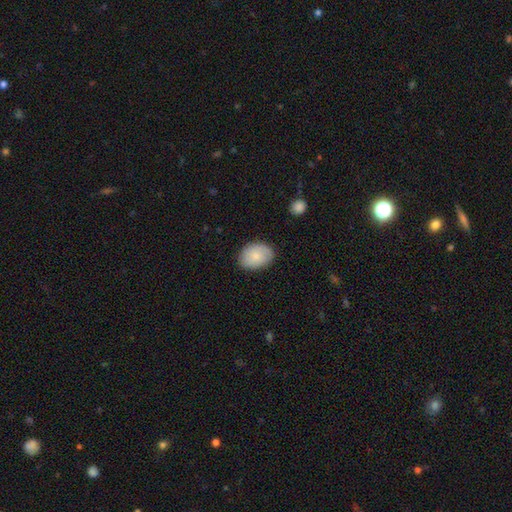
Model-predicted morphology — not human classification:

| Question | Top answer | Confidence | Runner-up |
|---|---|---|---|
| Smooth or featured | smooth | 79% | featured or disk (15%) |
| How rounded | in between | 75% | round (24%) |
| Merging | none | 82% | minor disturbance (14%) |